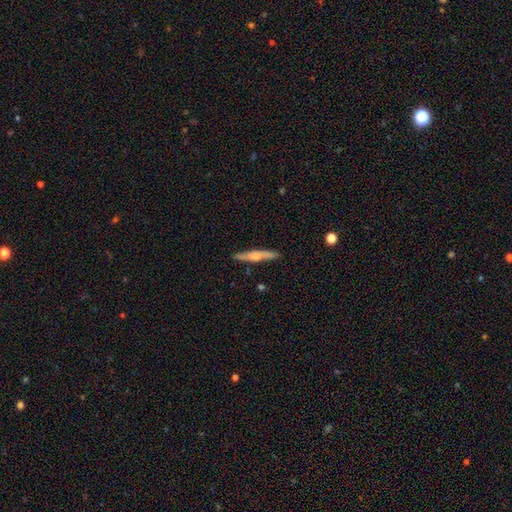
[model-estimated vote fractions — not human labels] A featured or disk galaxy (67%) viewed edge-on (96%) with a rounded central bulge (86%). Merging: none (90%).